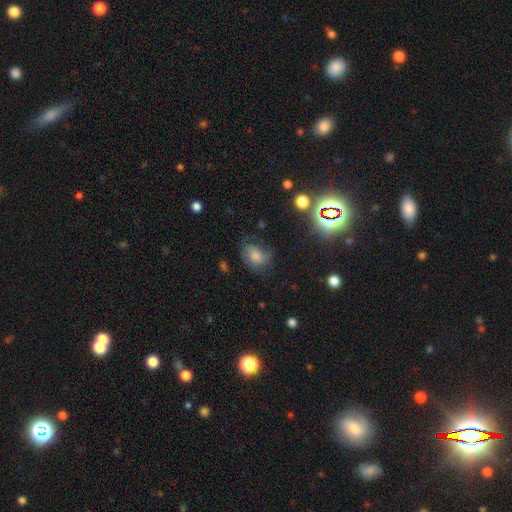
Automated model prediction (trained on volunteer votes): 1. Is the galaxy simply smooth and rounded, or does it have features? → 65% smooth, 19% featured or disk, 15% star or artifact.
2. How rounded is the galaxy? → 63% in between, 36% round, 1% cigar-shaped.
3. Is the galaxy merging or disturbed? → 49% none, 29% minor disturbance, 20% major disturbance, 3% merger.